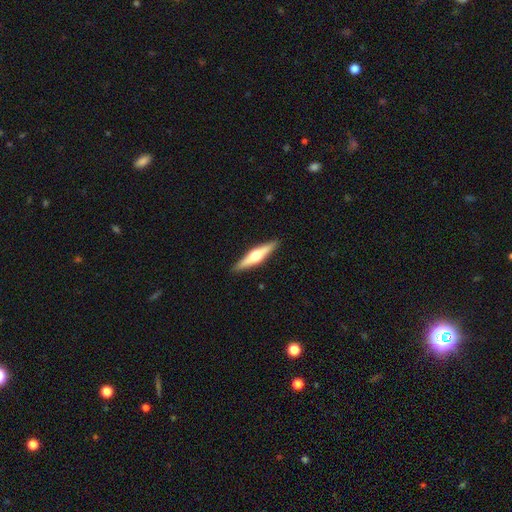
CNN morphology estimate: Smooth or featured? Predicted: featured or disk (p=0.64). Edge-on disk? Predicted: yes (p=0.97). Edge-on bulge? Predicted: rounded (p=0.94). Merging? Predicted: none (p=0.91).